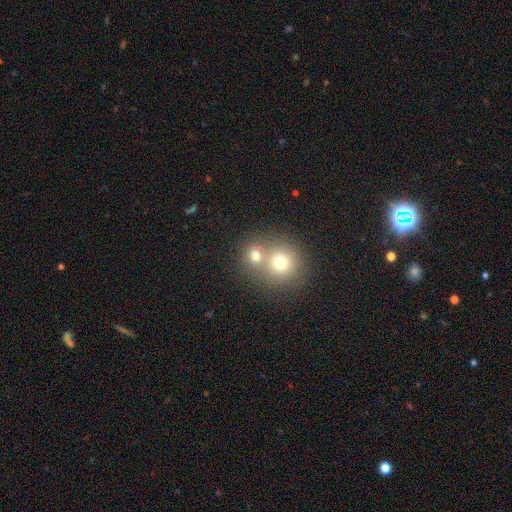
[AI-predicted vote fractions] This is likely a smooth galaxy (72%). How rounded: clearly round (83%). Merging: possibly merger (49%).